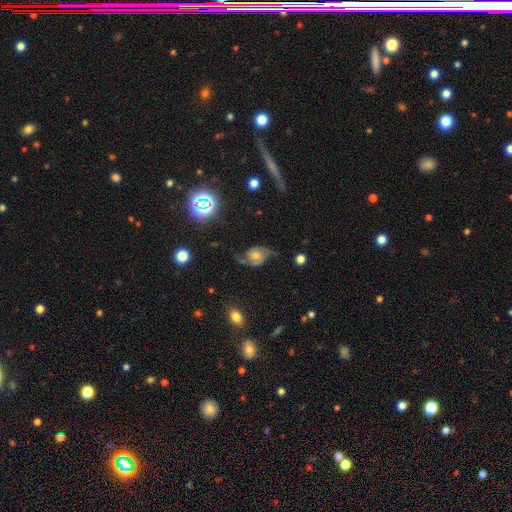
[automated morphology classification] A featured or disk galaxy (83%) with no bar (71%), 2 (92%) medium (43%, tied with loose) spiral arms (96%) and a moderate central bulge (62%).

Vote fractions:
- Smooth or featured? featured or disk: 83% / smooth: 9% / star or artifact: 8%
- Edge-on disk? no: 97% / yes: 3%
- Bar? no: 71% / weak: 24% / strong: 5%
- Spiral arms? yes: 96% / no: 4%
- Spiral winding? medium: 43% (tied) / loose: 43% (tied) / tight: 15%
- Spiral arm count? 2: 92% / can't tell: 2% / 1: 2% / 3: 1% / 4: 1% / more than 4: 1%
- Bulge size? moderate: 62% / small: 26% / large: 8% / none: 3% / dominant: 2%
- Merging? none: 66% / minor disturbance: 20% / major disturbance: 11% / merger: 2%